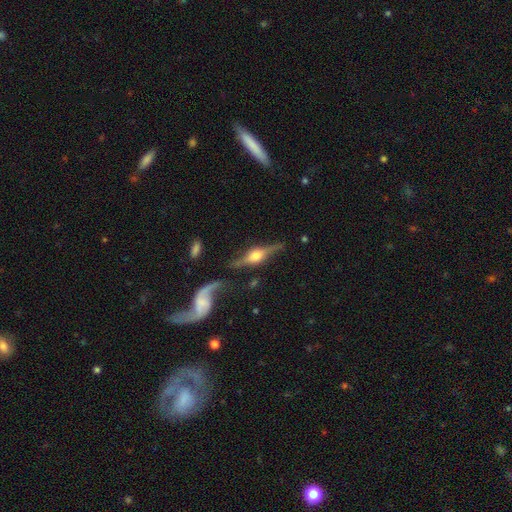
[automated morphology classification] type=featured or disk (84%); edge-on=yes (92%); edge-on bulge=rounded (93%); merging=none (71%).